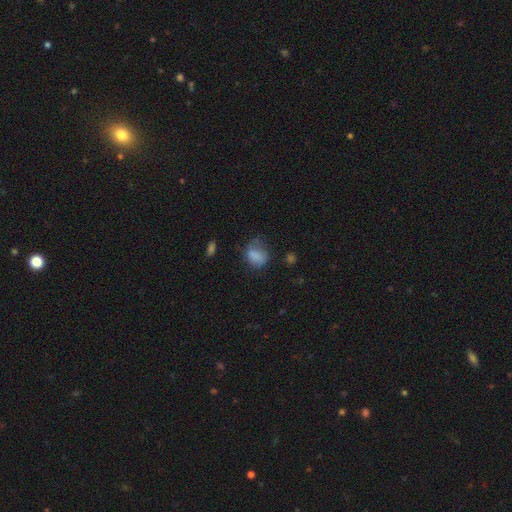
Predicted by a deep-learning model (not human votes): Smooth or featured: smooth — 75% (featured or disk — 13%)
How rounded: in between — 61% (round — 38%)
Merging: none — 42% (minor disturbance — 31%)